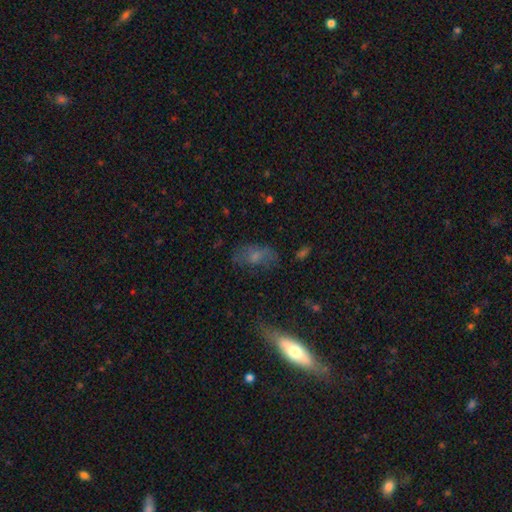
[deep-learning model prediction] smooth-or-featured: smooth: 55% | featured or disk: 29% | star or artifact: 16%
  how-rounded: in between: 85% | round: 8% | cigar-shaped: 7%
  merging: none: 58% | minor disturbance: 23% | major disturbance: 15% | merger: 4%